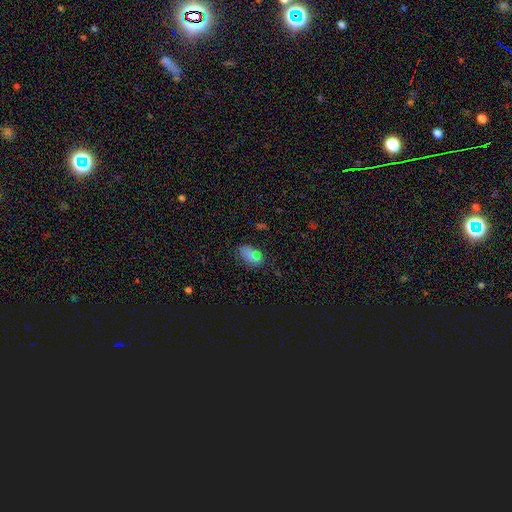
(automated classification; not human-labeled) Overall: smooth (80%). How rounded: in between (90%). Merging: none (48%; minor disturbance 32%).